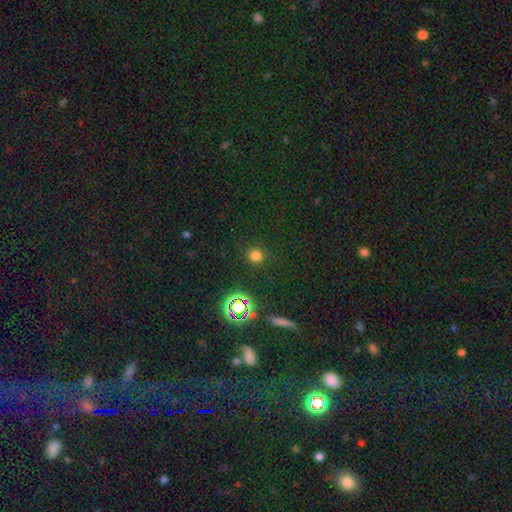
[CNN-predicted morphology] This appears to be a smooth galaxy with no disk features (72%) that is round (92%). Merging: none (88%).